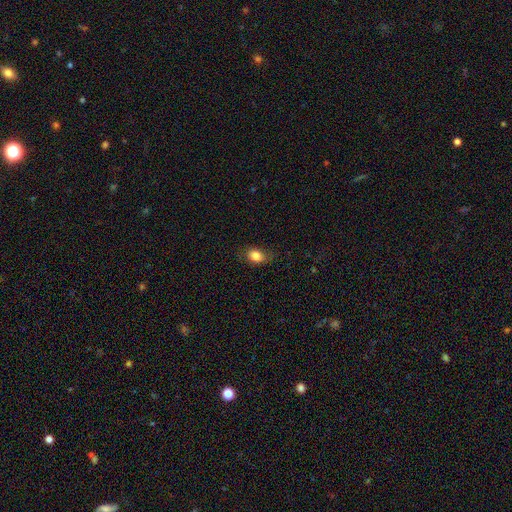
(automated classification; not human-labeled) smooth 83%, star or artifact 9%, featured or disk 8%. Down the decision tree: how rounded — in between (74%); merging — none (73%).